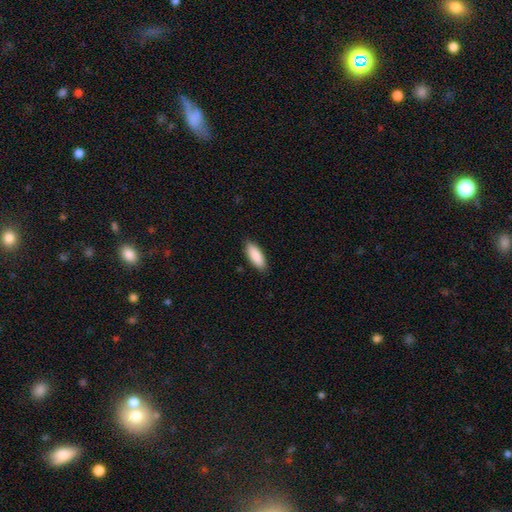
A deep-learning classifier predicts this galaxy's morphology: smooth-or-featured: smooth: 89% | star or artifact: 6% | featured or disk: 5%
  how-rounded: in between: 71% | cigar-shaped: 27% | round: 2%
  merging: none: 88% | minor disturbance: 9% | major disturbance: 2% | merger: 1%